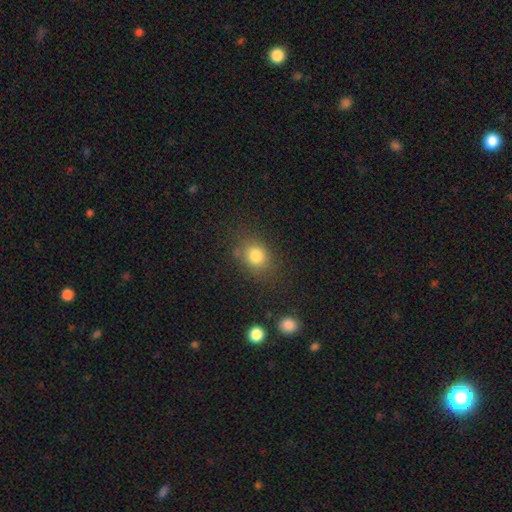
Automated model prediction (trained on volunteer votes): Q: Smooth or featured?
A: smooth (81%); runner-up: star or artifact (12%)
Q: How rounded?
A: round (62%); runner-up: in between (37%)
Q: Merging?
A: none (77%); runner-up: minor disturbance (14%)